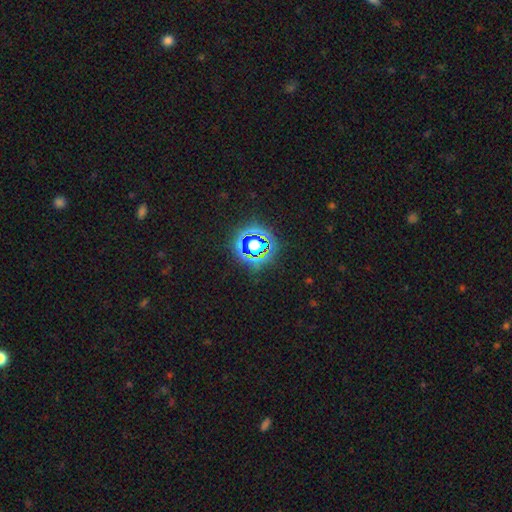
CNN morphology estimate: Smooth or featured? star or artifact (79%)